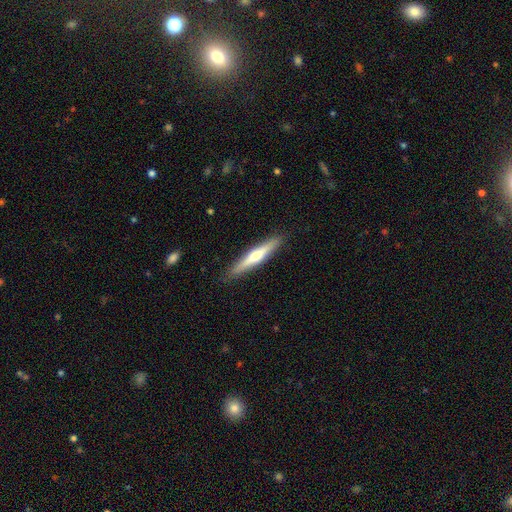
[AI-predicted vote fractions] featured or disk 51%, smooth 44%, star or artifact 5%. Down the decision tree: edge-on disk — yes (96%); merging — none (89%).